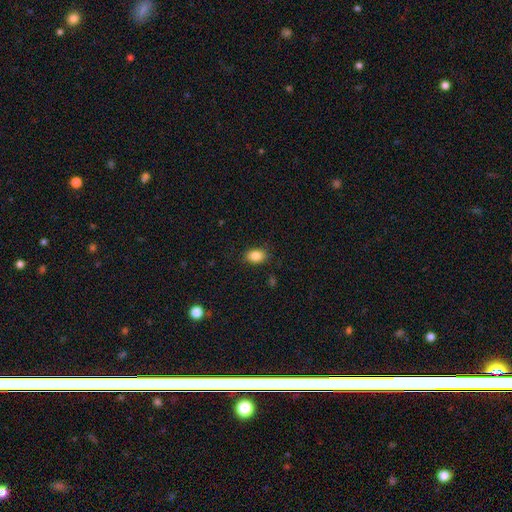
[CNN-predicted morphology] Smooth or featured: smooth — 85% (star or artifact — 9%)
How rounded: in between — 80% (round — 18%)
Merging: none — 86% (minor disturbance — 10%)